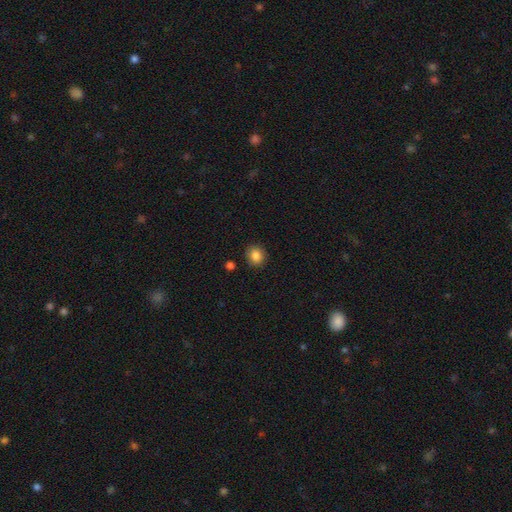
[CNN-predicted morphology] A smooth galaxy with no disk features (85%) that is round (80%). Merging: none (88%).